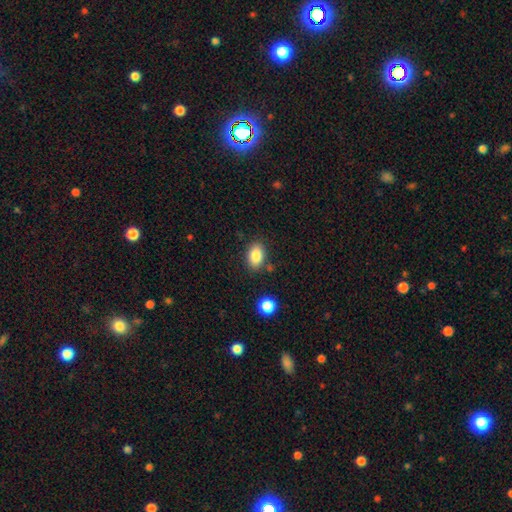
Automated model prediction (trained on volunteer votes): Q: Smooth or featured?
A: smooth (86%); runner-up: star or artifact (8%)
Q: How rounded?
A: in between (85%); runner-up: round (13%)
Q: Merging?
A: none (82%); runner-up: minor disturbance (11%)